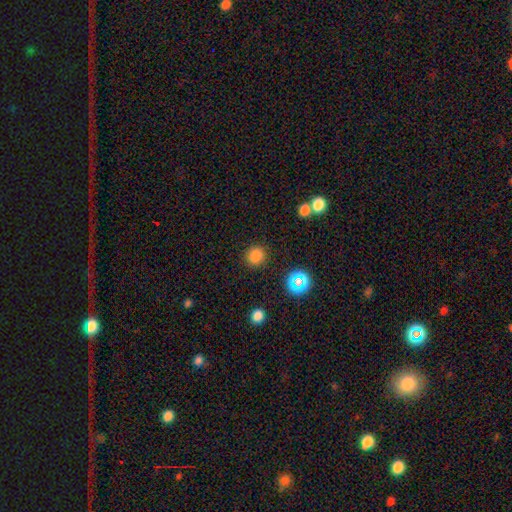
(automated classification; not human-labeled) Overall: smooth (80%). How rounded: round (80%). Merging: none (87%).